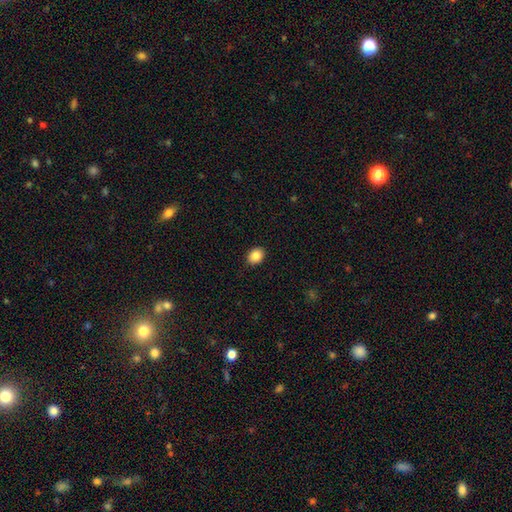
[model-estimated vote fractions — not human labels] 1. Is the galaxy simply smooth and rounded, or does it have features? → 86% smooth, 9% star or artifact, 5% featured or disk.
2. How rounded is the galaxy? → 52% in between, 47% round, 1% cigar-shaped.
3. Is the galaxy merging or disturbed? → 90% none, 7% minor disturbance, 2% major disturbance, 1% merger.